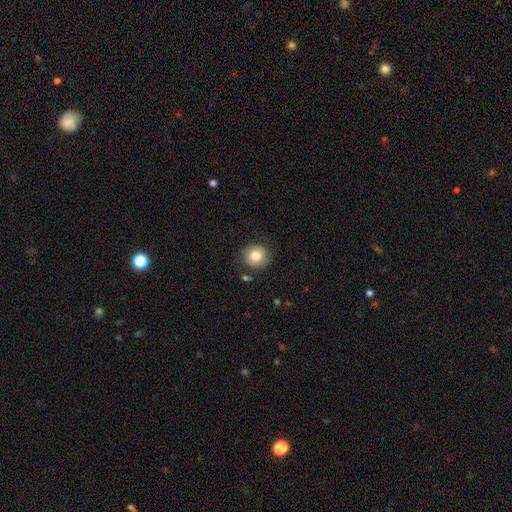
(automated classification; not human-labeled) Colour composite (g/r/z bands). It shows a smooth galaxy with no disk features (80%) that is round (90%). Merging: none (82%).